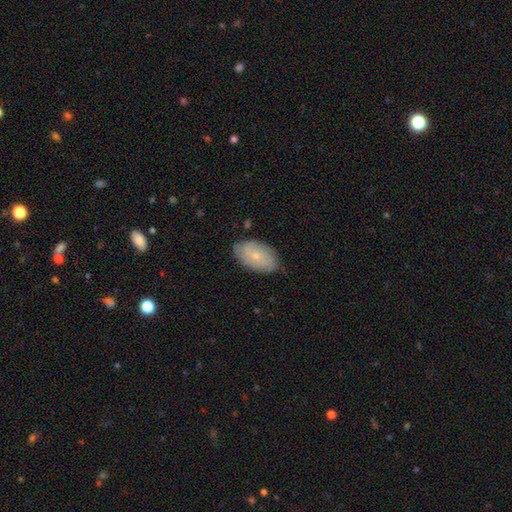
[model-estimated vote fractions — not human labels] smooth-or-featured: smooth: 53% | featured or disk: 40% | star or artifact: 7%
  how-rounded: in between: 92% | round: 6% | cigar-shaped: 2%
  merging: none: 76% | minor disturbance: 19% | major disturbance: 3% | merger: 1%